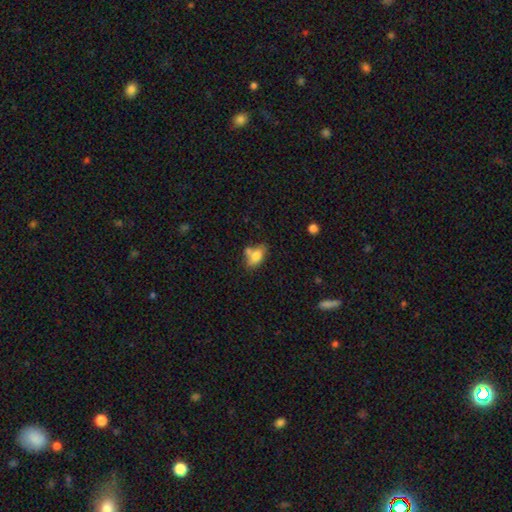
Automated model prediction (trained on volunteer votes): Morphology: type=smooth (76%); roundness=in between (87%); merging=none (51%).